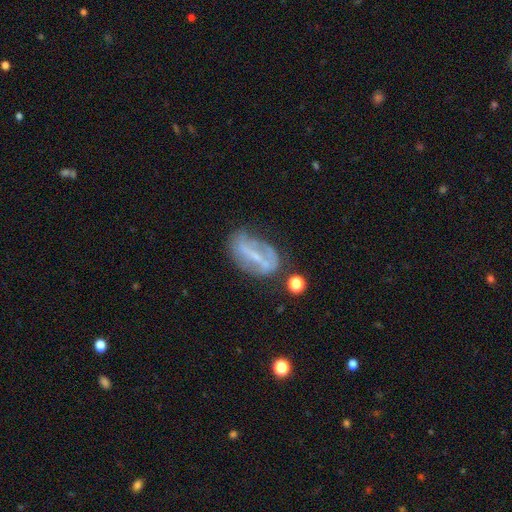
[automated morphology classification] Smooth or featured: featured or disk — 69% (smooth — 21%)
Edge-on disk: no — 90% (yes — 10%)
Bar: strong — 57% (weak — 29%)
Spiral arms: yes — 58% (no — 42%)
Bulge size: small — 60% (none — 21%)
Merging: none — 56% (minor disturbance — 25%)